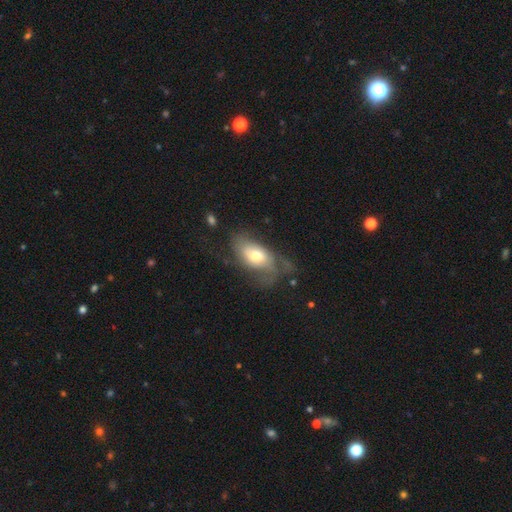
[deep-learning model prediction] smooth_or_featured: smooth (p=0.58) [alt: featured or disk p=0.35]
how_rounded: in between (p=0.88) [alt: round p=0.08]
merging: major disturbance (p=0.35) [alt: none p=0.34]